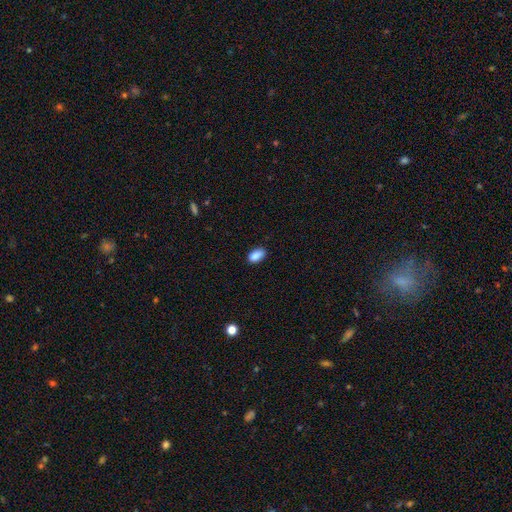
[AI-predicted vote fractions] Smooth or featured?
  - smooth: 89% *
  - star or artifact: 8%
  - featured or disk: 4%
How rounded?
  - in between: 92% *
  - round: 5%
  - cigar-shaped: 3%
Merging?
  - none: 84% *
  - minor disturbance: 13%
  - major disturbance: 2%
  - merger: 1%